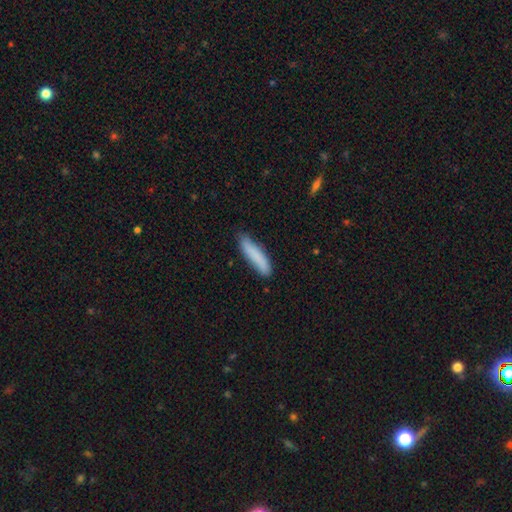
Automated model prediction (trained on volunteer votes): smooth-or-featured: smooth: 83% | featured or disk: 11% | star or artifact: 6%
  how-rounded: cigar-shaped: 82% | in between: 16% | round: 1%
  merging: none: 79% | minor disturbance: 17% | major disturbance: 3% | merger: 2%